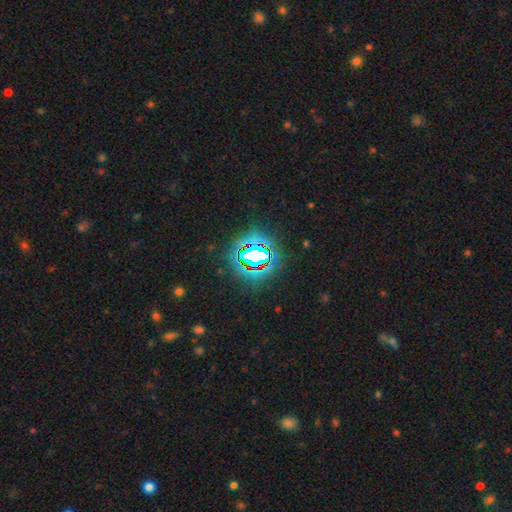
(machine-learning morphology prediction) A star or artifact, not a galaxy (74%).

Vote fractions:
- Smooth or featured? star or artifact: 74% / smooth: 15% / featured or disk: 11%